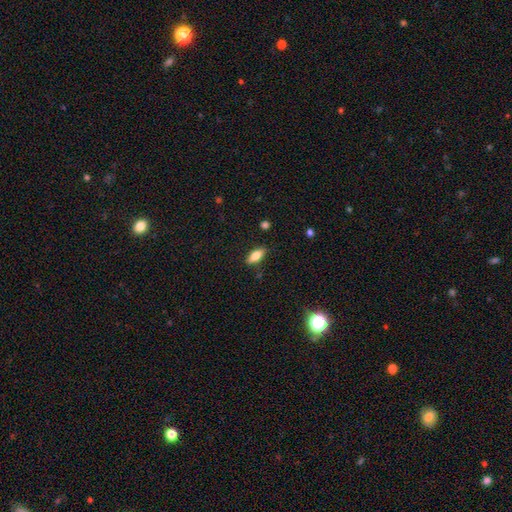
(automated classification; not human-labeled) Overall: smooth (77%). How rounded: in between (78%). Merging: none (86%).